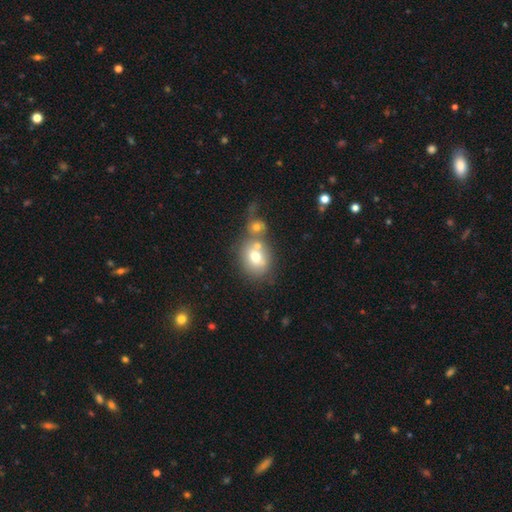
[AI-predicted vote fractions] Morphology: type=smooth (69%); roundness=round (59%); merging=merger (45%).